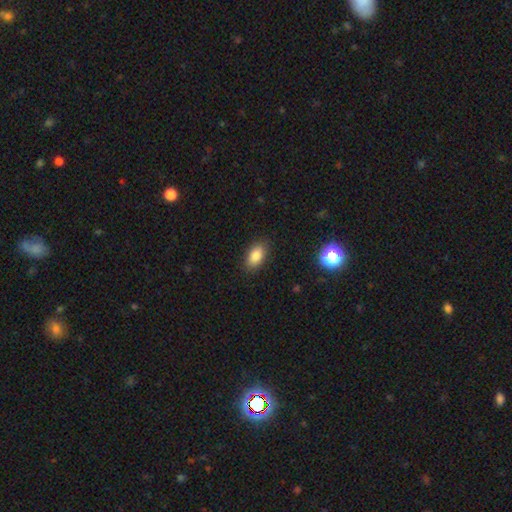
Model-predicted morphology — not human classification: Smooth or featured? Predicted: smooth (p=0.85). How rounded? Predicted: in between (p=0.91). Merging? Predicted: none (p=0.88).